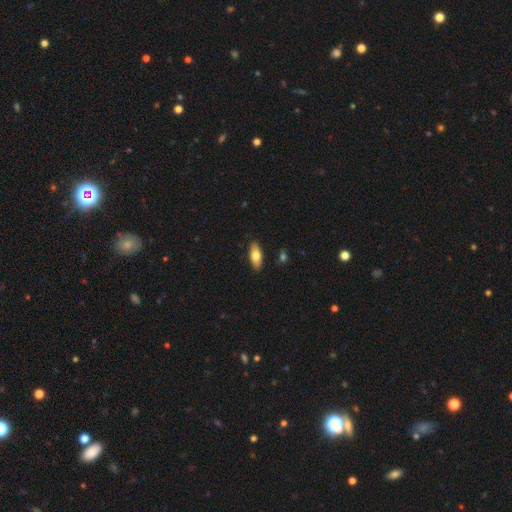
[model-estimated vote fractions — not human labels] Smooth or featured?
  - smooth: 73% *
  - featured or disk: 21%
  - star or artifact: 6%
How rounded?
  - in between: 81% *
  - cigar-shaped: 16%
  - round: 2%
Merging?
  - none: 88% *
  - minor disturbance: 9%
  - major disturbance: 2%
  - merger: 2%